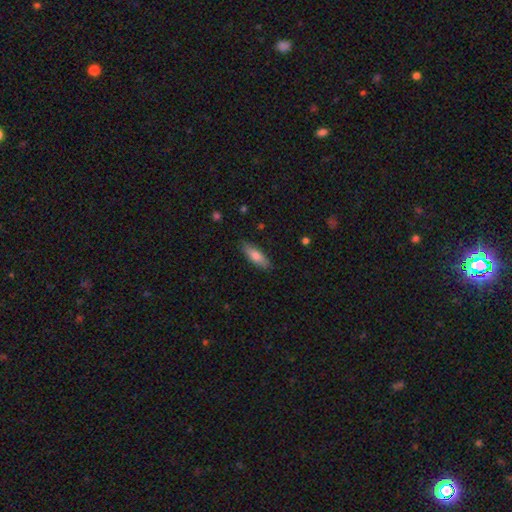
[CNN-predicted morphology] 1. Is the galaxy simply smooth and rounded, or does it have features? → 74% smooth, 20% featured or disk, 6% star or artifact.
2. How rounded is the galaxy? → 54% in between, 44% cigar-shaped, 2% round.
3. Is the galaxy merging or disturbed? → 85% none, 11% minor disturbance, 2% major disturbance, 1% merger.